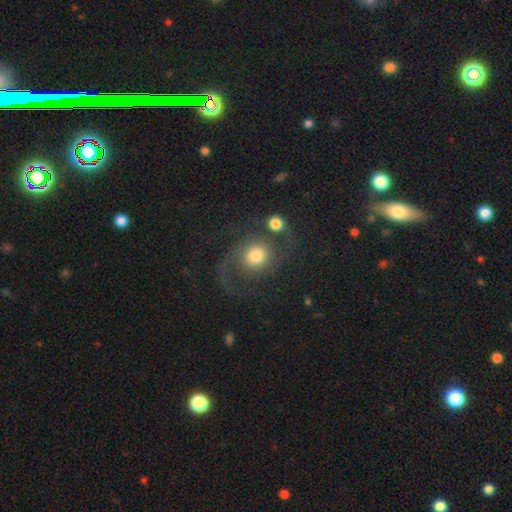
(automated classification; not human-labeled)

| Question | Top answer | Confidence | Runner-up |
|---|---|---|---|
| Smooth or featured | featured or disk | 58% | smooth (32%) |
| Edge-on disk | no | 97% | yes (3%) |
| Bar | no | 79% | weak (17%) |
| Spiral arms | yes | 88% | no (12%) |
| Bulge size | moderate | 48% | large (31%) |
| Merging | none | 50% | major disturbance (18%) |